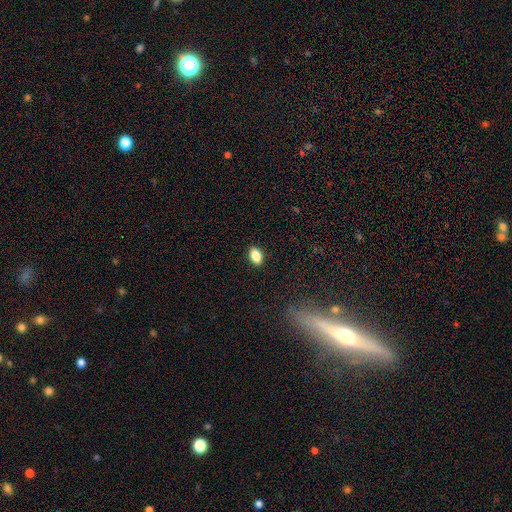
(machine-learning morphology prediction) A smooth galaxy with no disk features (86%) that is in between round and cigar-shaped (89%).

Vote fractions:
- Smooth or featured? smooth: 86% / star or artifact: 8% / featured or disk: 6%
- How rounded? in between: 89% / round: 8% / cigar-shaped: 3%
- Merging? none: 89% / minor disturbance: 8% / major disturbance: 2% / merger: 1%